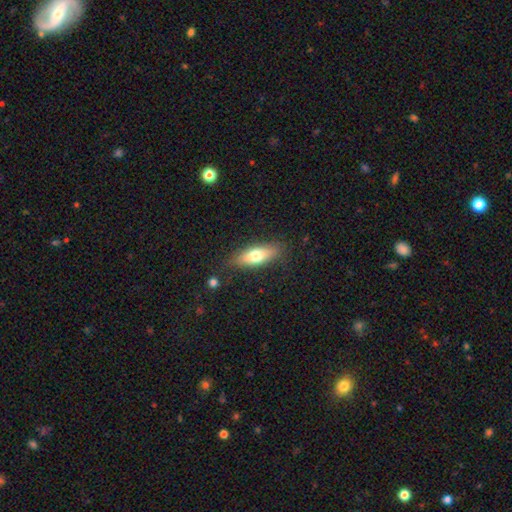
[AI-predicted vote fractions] Smooth or featured? smooth (66%)
How rounded? in between (61%)
Merging? none (82%)